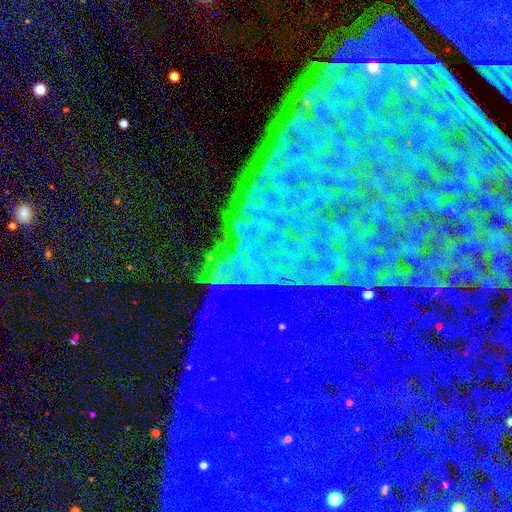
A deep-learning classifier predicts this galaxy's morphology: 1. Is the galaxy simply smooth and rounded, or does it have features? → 83% star or artifact, 9% featured or disk, 8% smooth.